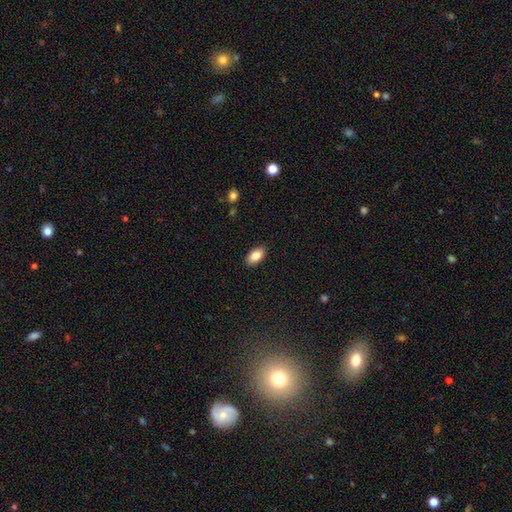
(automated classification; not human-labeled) Q: Smooth or featured?
A: smooth (84%); runner-up: featured or disk (9%)
Q: How rounded?
A: in between (92%); runner-up: round (4%)
Q: Merging?
A: none (89%); runner-up: minor disturbance (9%)